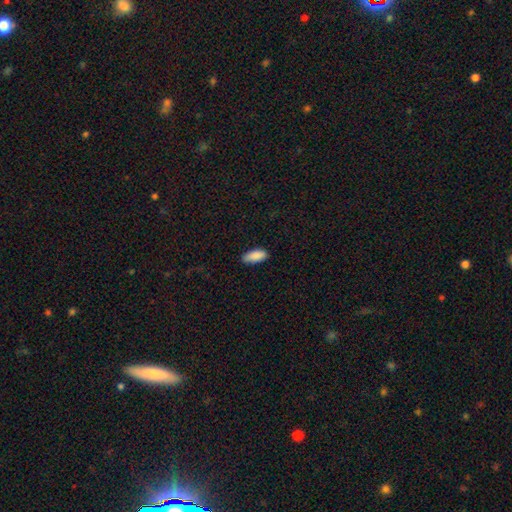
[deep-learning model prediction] Smooth or featured? smooth (89%)
How rounded? in between (84%)
Merging? none (80%)